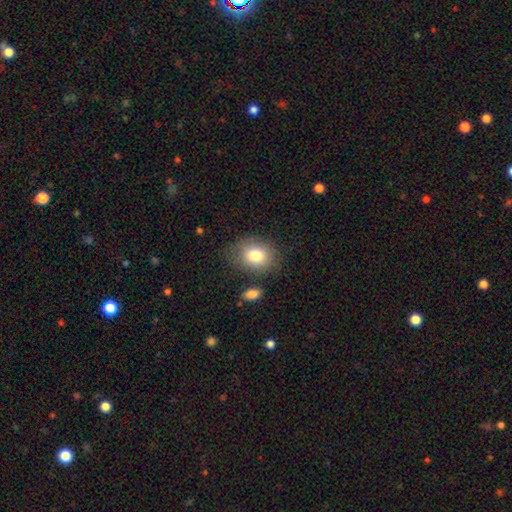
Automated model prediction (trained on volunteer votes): Smooth or featured: smooth — 79% (featured or disk — 11%)
How rounded: in between — 50% (round — 49%)
Merging: none — 76% (minor disturbance — 14%)